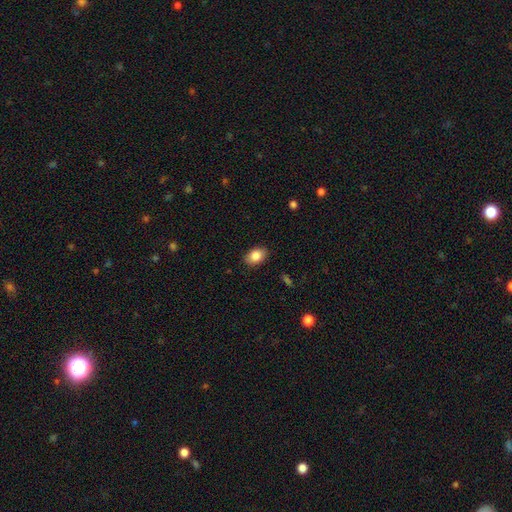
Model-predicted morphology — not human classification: Smooth or featured: smooth — 86% (star or artifact — 8%)
How rounded: in between — 84% (round — 15%)
Merging: none — 87% (minor disturbance — 9%)